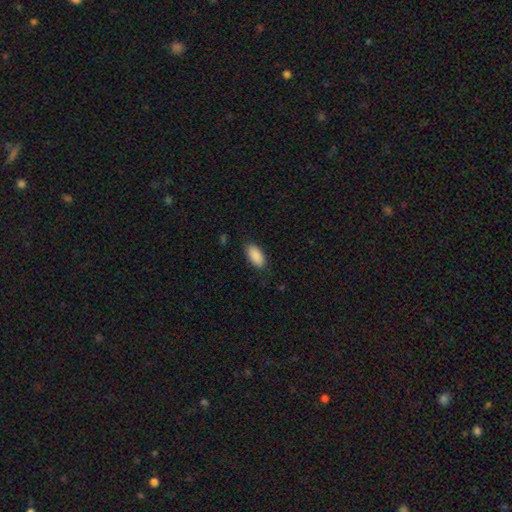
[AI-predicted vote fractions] smooth-or-featured: smooth: 91% | star or artifact: 6% | featured or disk: 3%
  how-rounded: in between: 93% | cigar-shaped: 5% | round: 2%
  merging: none: 86% | minor disturbance: 11% | major disturbance: 3% | merger: 1%